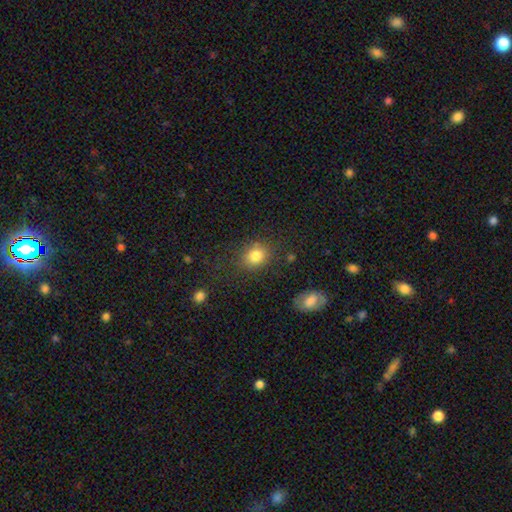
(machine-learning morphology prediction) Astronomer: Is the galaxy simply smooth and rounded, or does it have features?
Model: smooth — 82%.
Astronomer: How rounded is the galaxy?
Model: round — 59% (runner-up: in between, 40%).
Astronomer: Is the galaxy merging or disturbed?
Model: none — 78%.